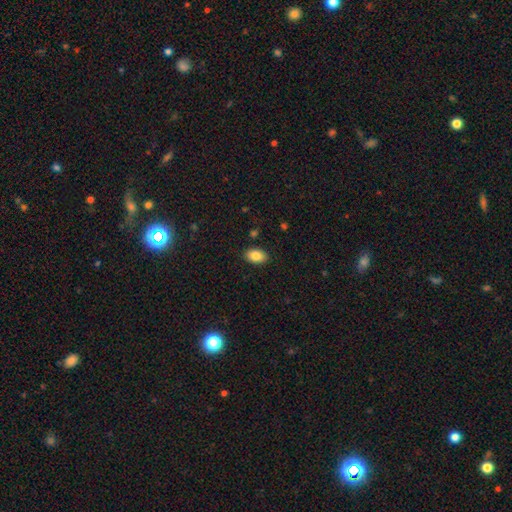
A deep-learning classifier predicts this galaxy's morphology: smooth 84%, featured or disk 8%, star or artifact 8%. Down the decision tree: how rounded — in between (90%); merging — none (88%).